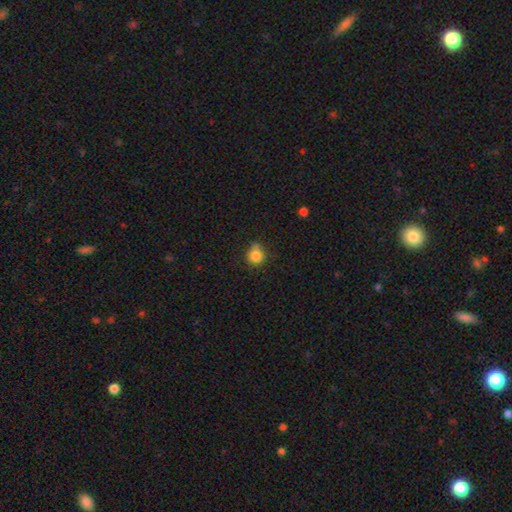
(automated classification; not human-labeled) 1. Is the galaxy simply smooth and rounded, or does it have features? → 83% smooth, 11% star or artifact, 6% featured or disk.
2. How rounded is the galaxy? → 87% round, 12% in between, 1% cigar-shaped.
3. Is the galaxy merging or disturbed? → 59% none, 21% minor disturbance, 14% merger, 6% major disturbance.